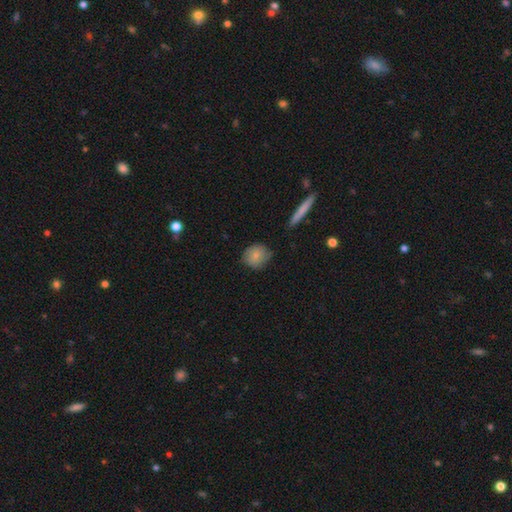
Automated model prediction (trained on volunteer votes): Smooth or featured? smooth (76%)
How rounded? round (76%)
Merging? none (73%)